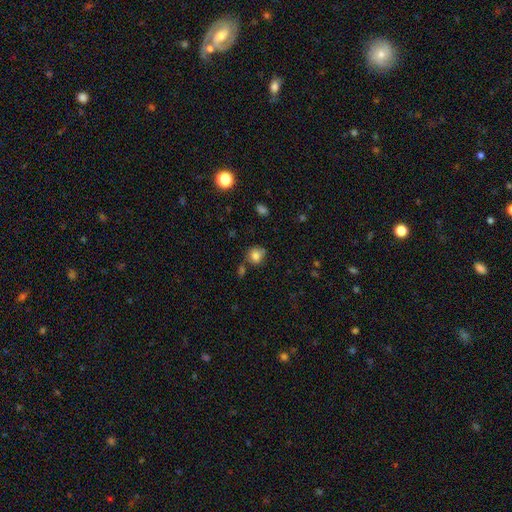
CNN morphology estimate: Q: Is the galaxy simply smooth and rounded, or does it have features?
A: smooth — 81%.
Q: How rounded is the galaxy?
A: round — 80%.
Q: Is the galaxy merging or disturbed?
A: none — 64%.